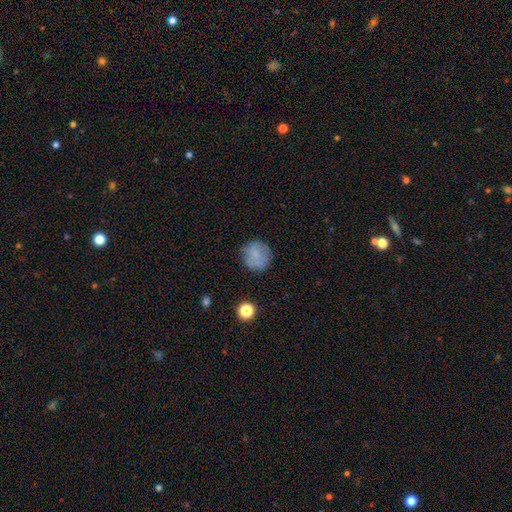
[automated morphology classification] smooth_or_featured: smooth (p=0.75) [alt: featured or disk p=0.15]
how_rounded: round (p=0.91) [alt: in between p=0.08]
merging: none (p=0.75) [alt: minor disturbance p=0.17]